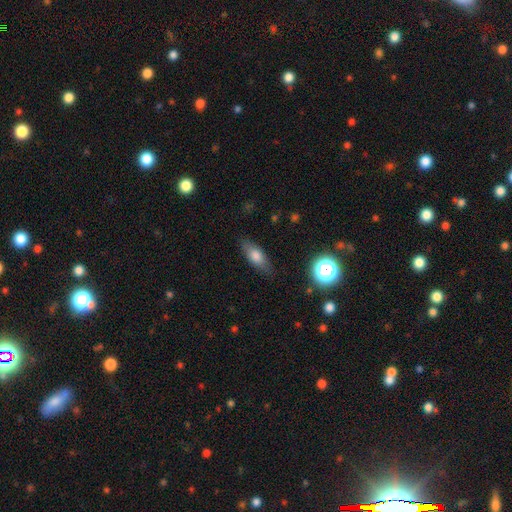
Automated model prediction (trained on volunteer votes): Smooth or featured: smooth — 71% (featured or disk — 20%)
How rounded: in between — 72% (cigar-shaped — 23%)
Merging: none — 80% (minor disturbance — 15%)